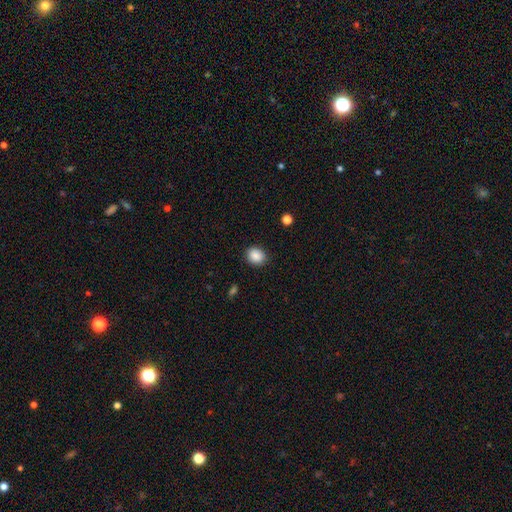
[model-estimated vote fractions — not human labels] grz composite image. It shows a smooth galaxy with no disk features (88%) that is round (58%). Merging: none (88%).